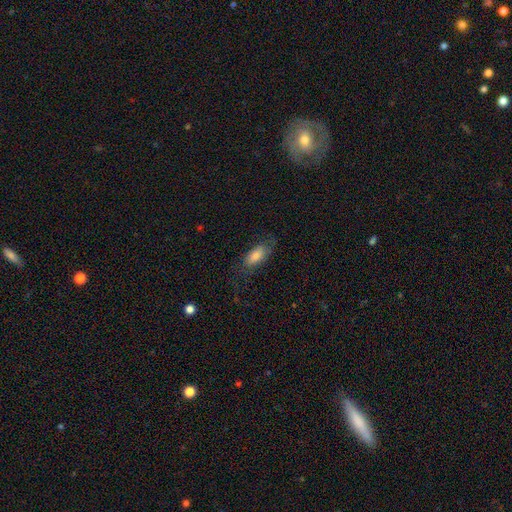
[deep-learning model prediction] This is likely a smooth galaxy (70%). How rounded: clearly in between (82%). Merging: likely none (65%).